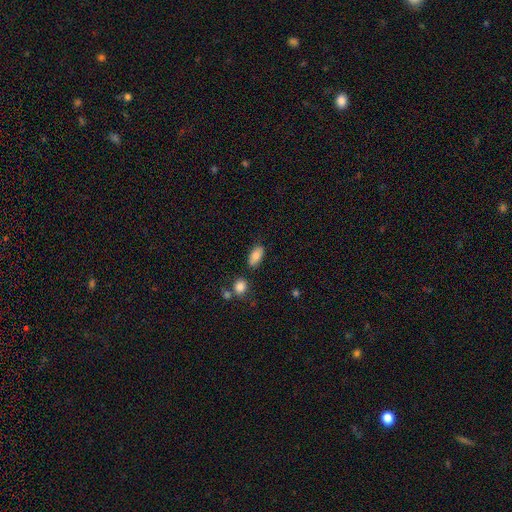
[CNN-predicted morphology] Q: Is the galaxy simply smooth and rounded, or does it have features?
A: smooth — 81%.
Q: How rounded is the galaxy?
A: in between — 90%.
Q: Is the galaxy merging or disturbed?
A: none — 80%.